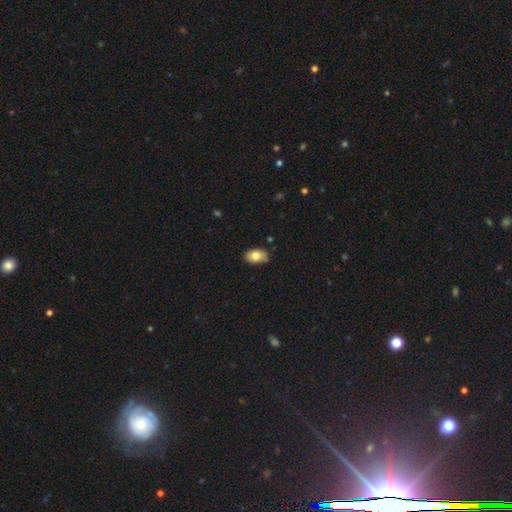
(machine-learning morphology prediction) Smooth or featured? Predicted: smooth (p=0.80). How rounded? Predicted: in between (p=0.89). Merging? Predicted: none (p=0.80).